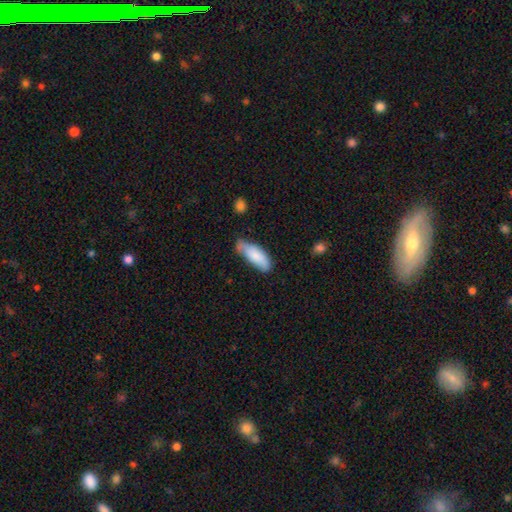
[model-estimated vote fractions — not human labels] The model was most divided on "merging": none: 53%, minor disturbance: 35%, major disturbance: 8%, merger: 4%. More confident: smooth or featured — smooth (82%); how rounded — in between (67%).